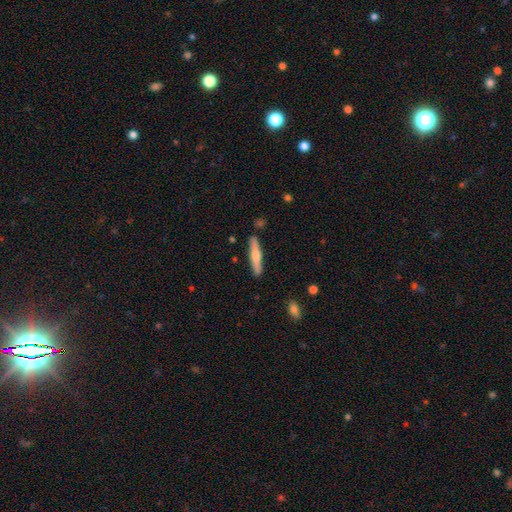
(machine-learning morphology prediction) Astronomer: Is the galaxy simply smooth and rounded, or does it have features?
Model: smooth — 54% (runner-up: featured or disk, 40%).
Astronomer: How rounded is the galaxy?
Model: cigar-shaped — 89%.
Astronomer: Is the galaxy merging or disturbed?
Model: none — 87%.